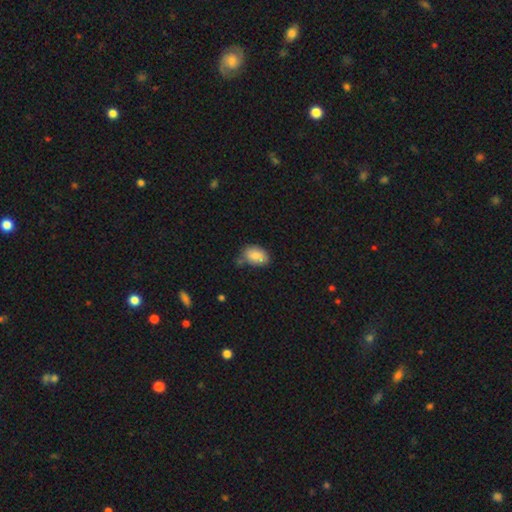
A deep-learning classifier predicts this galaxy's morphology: This is clearly a smooth galaxy (83%). How rounded: clearly in between (86%). Merging: possibly none (59%).